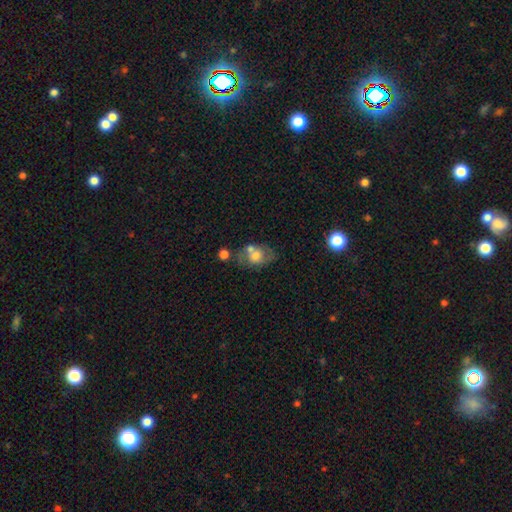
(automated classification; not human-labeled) The model was most divided on "smooth or featured": smooth: 51%, featured or disk: 40%, star or artifact: 9%. Remaining: how rounded — in between (72%); merging — none (42%).